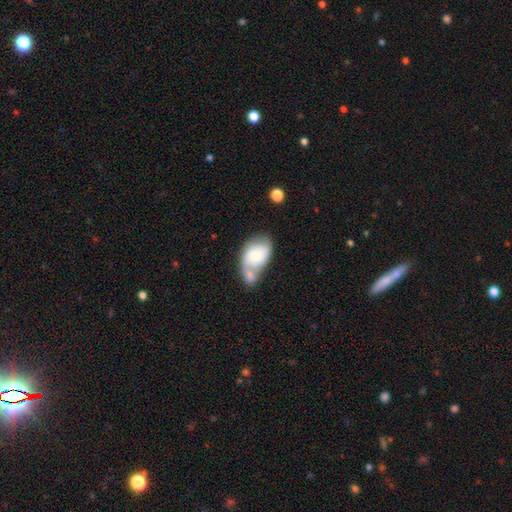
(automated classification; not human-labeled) smooth_or_featured: smooth (p=0.58) [alt: featured or disk p=0.36]
how_rounded: in between (p=0.89) [alt: round p=0.09]
merging: merger (p=0.48) [alt: none p=0.24]